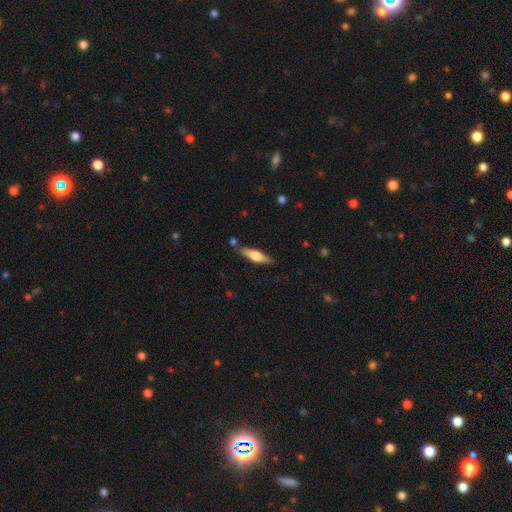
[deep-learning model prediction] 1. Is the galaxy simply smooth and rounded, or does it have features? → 48% featured or disk, 47% smooth, 6% star or artifact.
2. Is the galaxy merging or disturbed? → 83% none, 11% minor disturbance, 4% merger, 2% major disturbance.